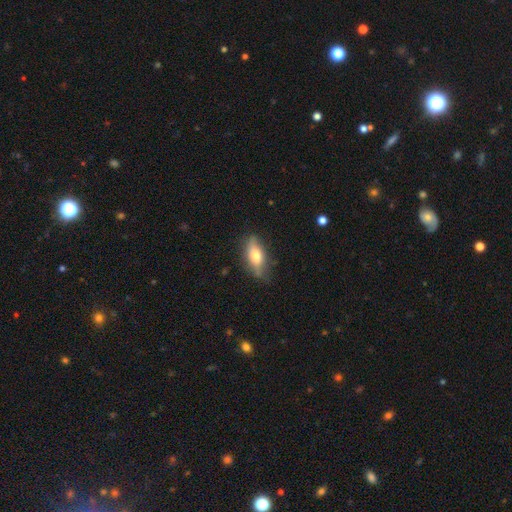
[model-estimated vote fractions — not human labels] Smooth or featured: smooth — 61% (featured or disk — 32%)
How rounded: in between — 72% (cigar-shaped — 24%)
Merging: none — 75% (minor disturbance — 19%)